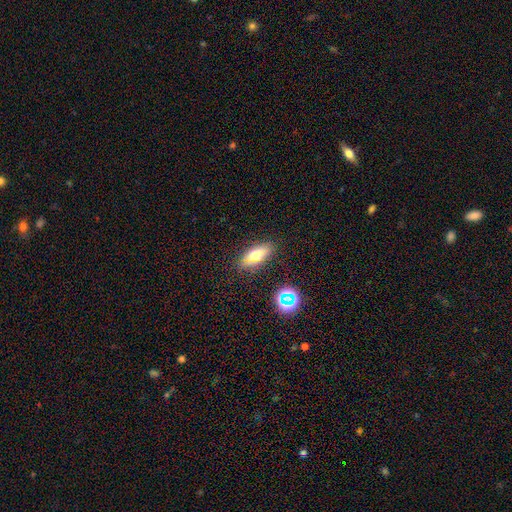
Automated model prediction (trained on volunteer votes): The model was most divided on "smooth or featured": smooth: 64%, featured or disk: 22%, star or artifact: 14%. More confident: merging — none (83%); how rounded — in between (72%).